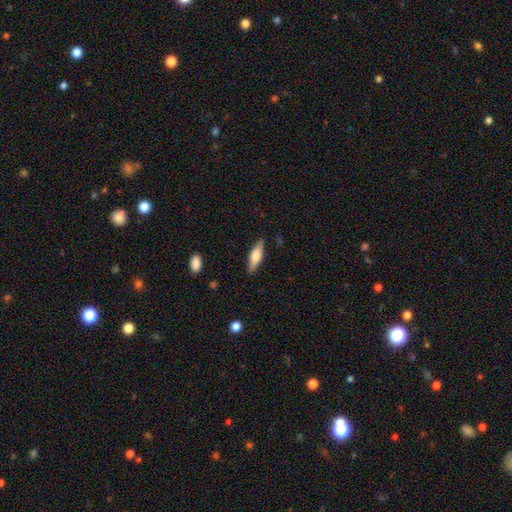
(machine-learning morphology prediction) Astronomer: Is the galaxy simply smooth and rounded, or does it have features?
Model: smooth — 57% (runner-up: featured or disk, 37%).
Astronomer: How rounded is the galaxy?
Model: cigar-shaped — 54% (runner-up: in between, 44%).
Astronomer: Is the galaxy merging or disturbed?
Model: none — 86%.